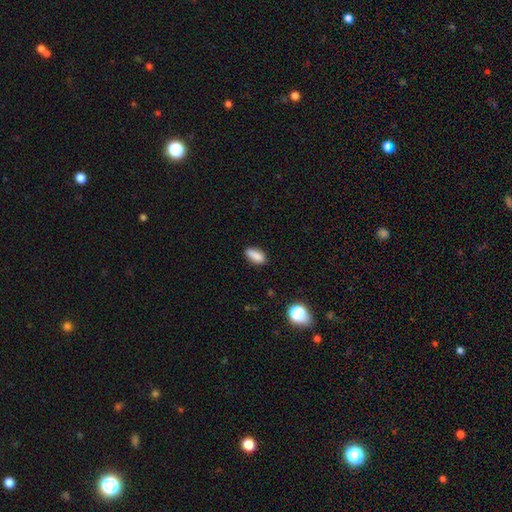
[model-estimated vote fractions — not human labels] A smooth galaxy with no disk features (85%) that is in between round and cigar-shaped (80%). Merging: none (81%).